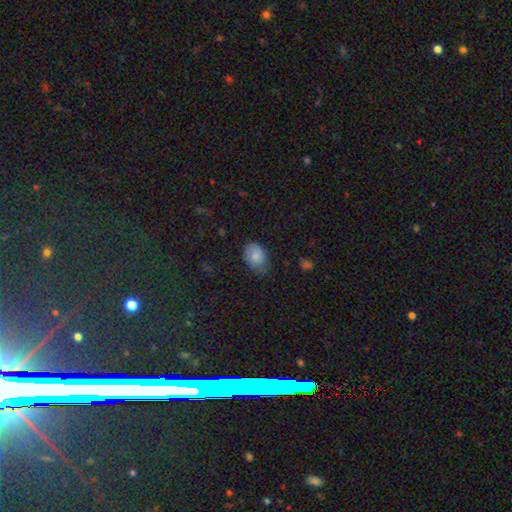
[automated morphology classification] Smooth or featured: smooth — 82% (featured or disk — 10%)
How rounded: in between — 83% (round — 16%)
Merging: none — 64% (minor disturbance — 29%)